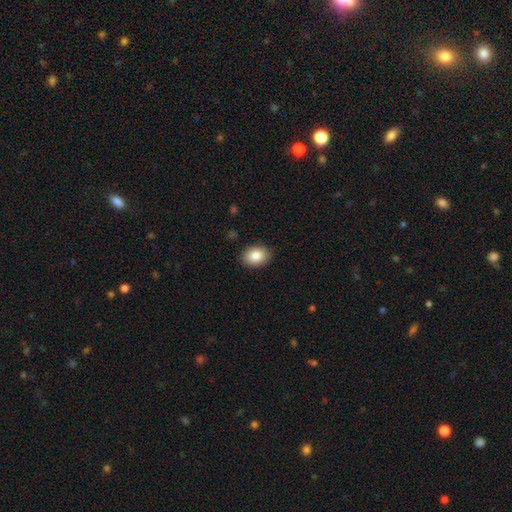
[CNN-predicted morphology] This appears to be a smooth galaxy with no disk features (86%) that is in between round and cigar-shaped (76%). Merging: none (89%).